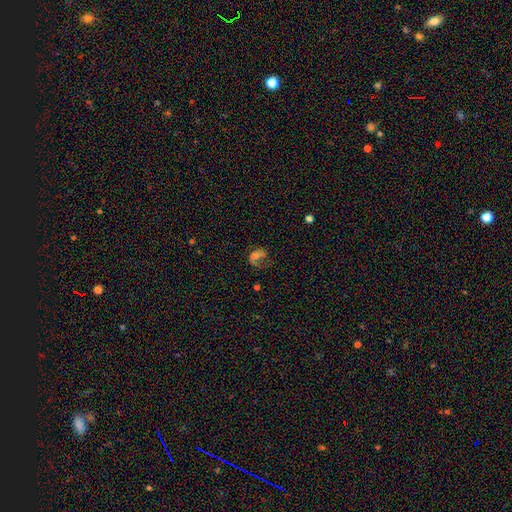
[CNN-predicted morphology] Overall: featured or disk (45%; smooth 38%). Merging: major disturbance (45%; none 33%).